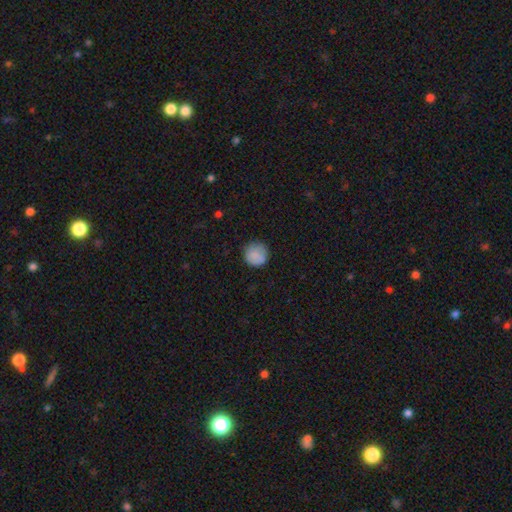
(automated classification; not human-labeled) Smooth or featured? Predicted: smooth (p=0.86). How rounded? Predicted: round (p=0.93). Merging? Predicted: none (p=0.82).